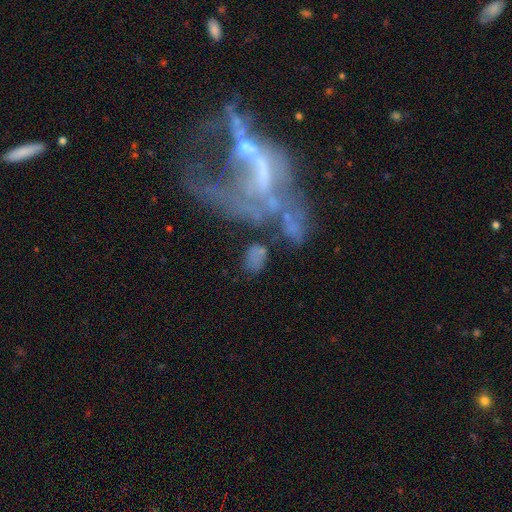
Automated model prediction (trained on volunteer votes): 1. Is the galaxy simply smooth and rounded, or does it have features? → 60% smooth, 25% featured or disk, 15% star or artifact.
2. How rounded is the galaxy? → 79% in between, 18% round, 3% cigar-shaped.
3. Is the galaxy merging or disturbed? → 47% none, 20% minor disturbance, 18% merger, 15% major disturbance.